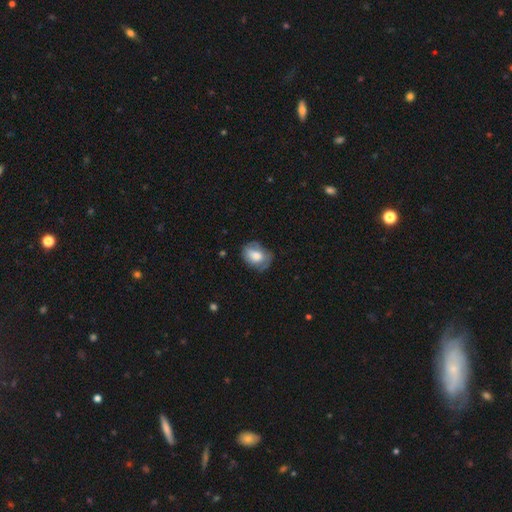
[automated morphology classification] Smooth or featured?
  - smooth: 68% *
  - featured or disk: 25%
  - star or artifact: 8%
How rounded?
  - in between: 66% *
  - round: 33%
  - cigar-shaped: 1%
Merging?
  - none: 54% *
  - minor disturbance: 31%
  - major disturbance: 13%
  - merger: 2%